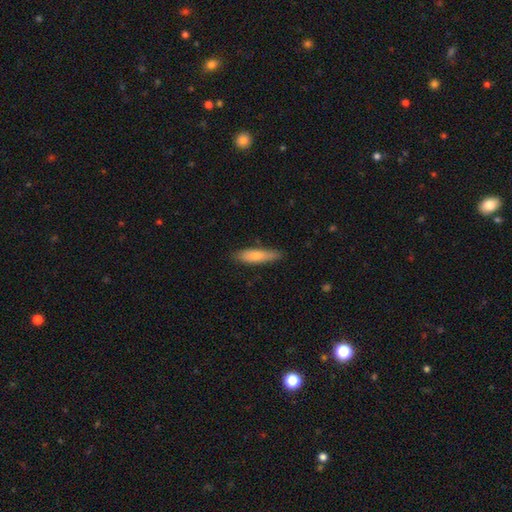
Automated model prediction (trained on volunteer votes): This is likely a smooth galaxy (75%). How rounded: likely cigar-shaped (71%). Merging: clearly none (81%).